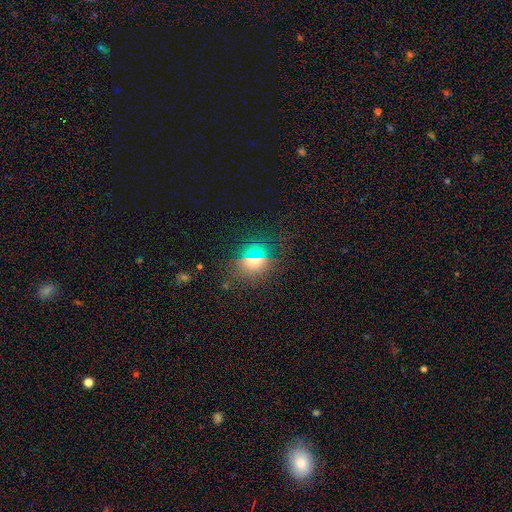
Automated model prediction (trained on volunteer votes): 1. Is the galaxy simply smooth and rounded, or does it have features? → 59% smooth, 27% star or artifact, 14% featured or disk.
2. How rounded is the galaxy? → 66% round, 30% in between, 4% cigar-shaped.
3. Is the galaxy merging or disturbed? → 83% none, 10% minor disturbance, 4% major disturbance, 3% merger.